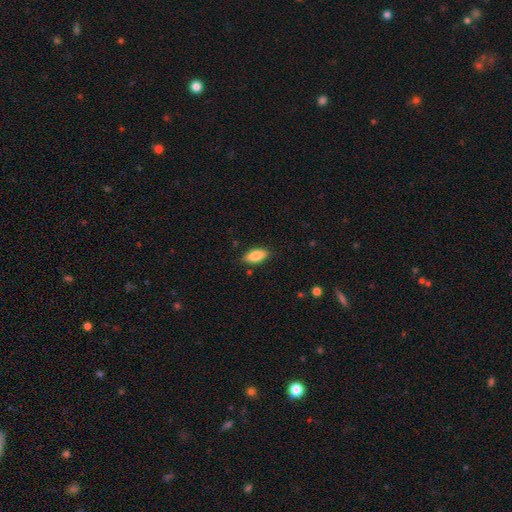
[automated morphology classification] This appears to be a smooth galaxy with no disk features (81%) that is in between round and cigar-shaped (84%). Merging: none (86%).